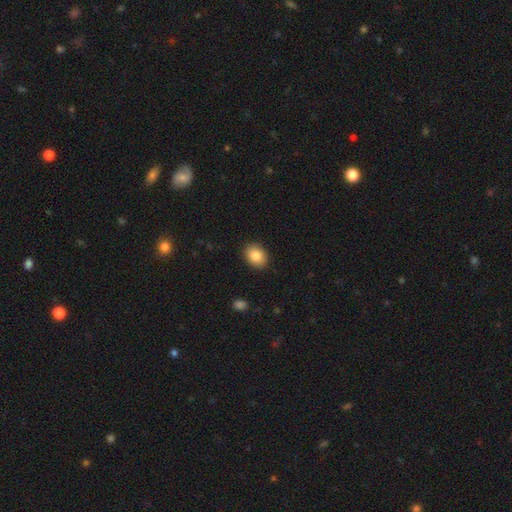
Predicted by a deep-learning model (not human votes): A smooth galaxy with no disk features (86%) that is in between round and cigar-shaped (70%). Merging: none (89%).